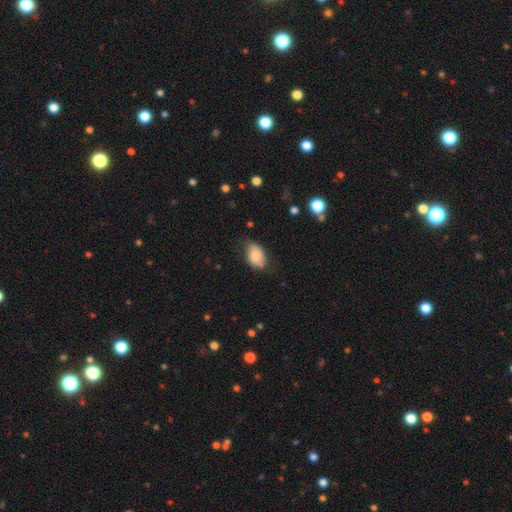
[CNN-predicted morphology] This appears to be a smooth galaxy with no disk features (76%) that is in between round and cigar-shaped (89%). Merging: none (64%).